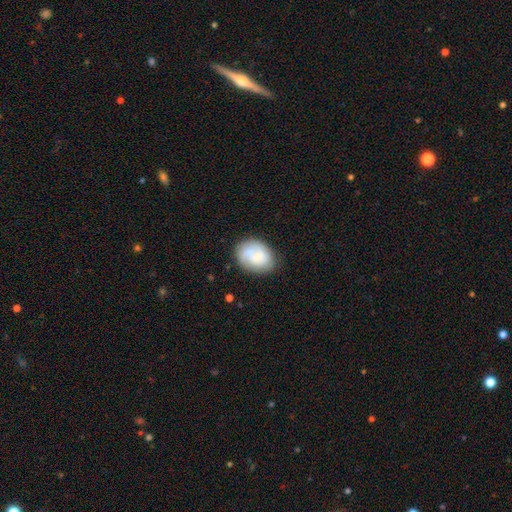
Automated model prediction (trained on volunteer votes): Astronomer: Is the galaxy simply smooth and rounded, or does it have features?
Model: smooth — 54% (runner-up: featured or disk, 39%).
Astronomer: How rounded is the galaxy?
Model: in between — 64%.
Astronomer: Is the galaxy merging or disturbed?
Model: none — 64%.